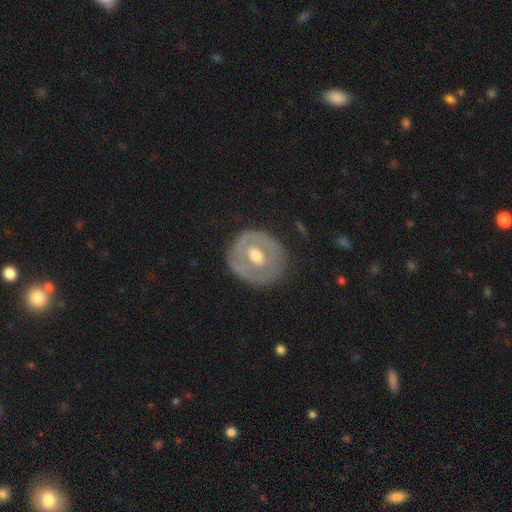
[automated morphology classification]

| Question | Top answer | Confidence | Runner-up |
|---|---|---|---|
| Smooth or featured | featured or disk | 65% | smooth (29%) |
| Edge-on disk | no | 95% | yes (5%) |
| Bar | no | 49% | weak (37%) |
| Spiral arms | no | 65% | yes (35%) |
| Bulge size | moderate | 75% | large (11%) |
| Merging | none | 77% | minor disturbance (16%) |